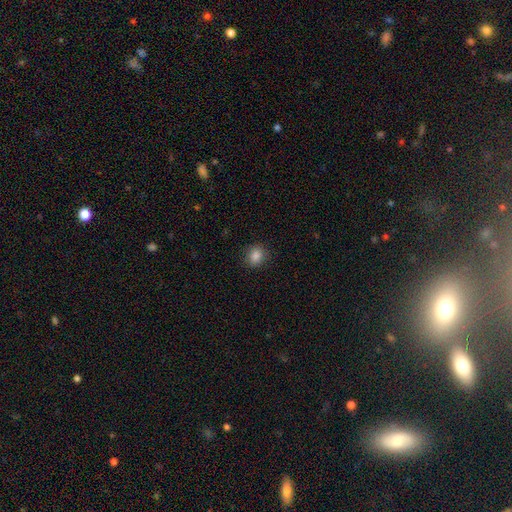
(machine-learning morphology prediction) Overall: smooth (85%). How rounded: round (62%; in between 37%). Merging: none (87%).